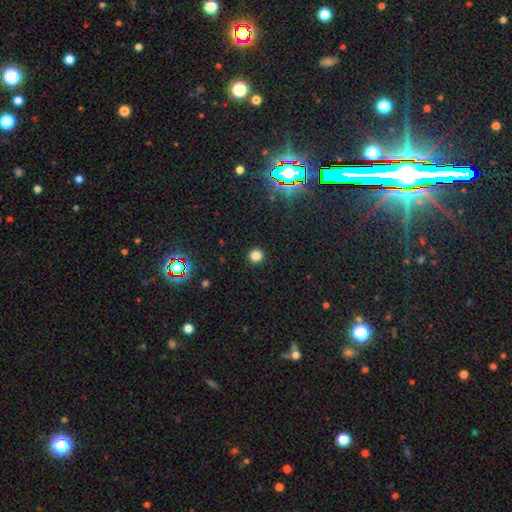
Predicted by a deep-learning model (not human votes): Smooth or featured?
  - smooth: 80% *
  - star or artifact: 16%
  - featured or disk: 4%
How rounded?
  - round: 93% *
  - in between: 6%
  - cigar-shaped: 1%
Merging?
  - none: 92% *
  - minor disturbance: 5%
  - major disturbance: 2%
  - merger: 1%